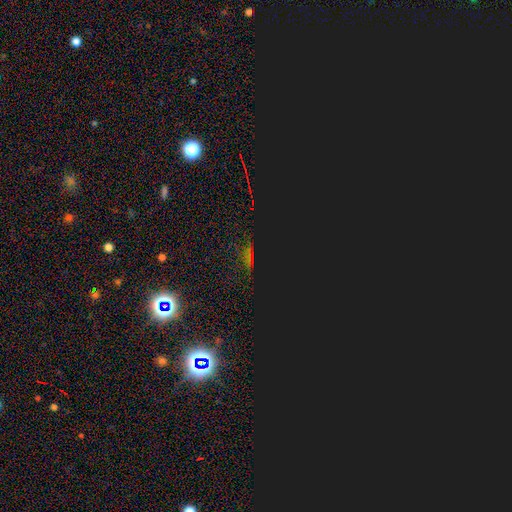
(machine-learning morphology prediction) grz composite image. It shows a star or artifact, not a galaxy (75%).